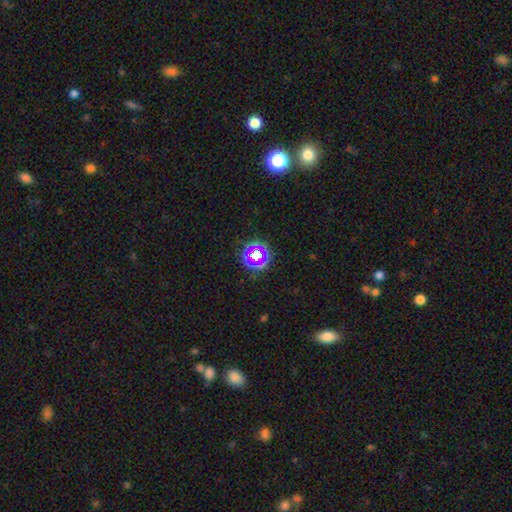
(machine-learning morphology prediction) star or artifact 56%, smooth 30%, featured or disk 14%.